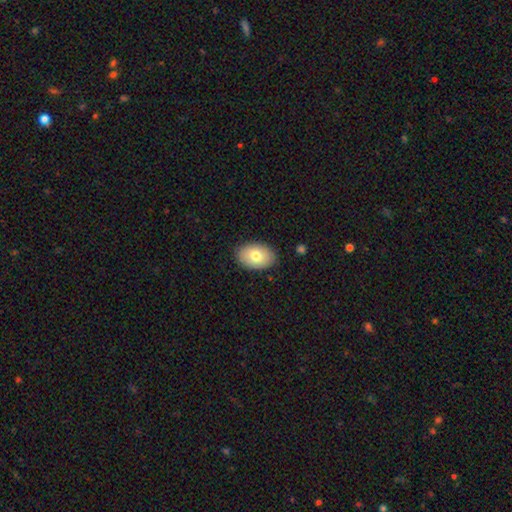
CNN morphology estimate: Q: Smooth or featured?
A: smooth (77%); runner-up: featured or disk (16%)
Q: How rounded?
A: in between (88%); runner-up: round (11%)
Q: Merging?
A: none (87%); runner-up: minor disturbance (10%)